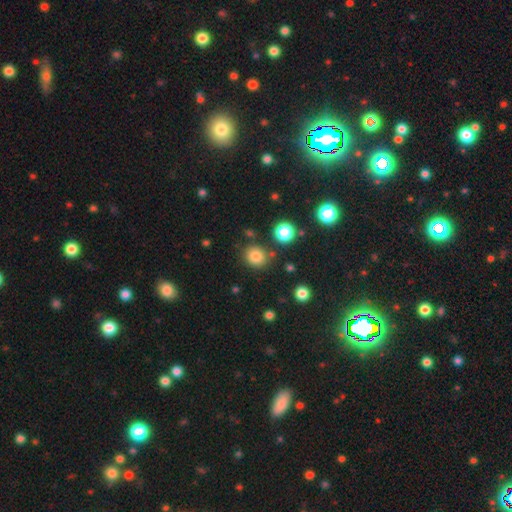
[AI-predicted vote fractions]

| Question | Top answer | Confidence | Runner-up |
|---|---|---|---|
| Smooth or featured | smooth | 82% | star or artifact (13%) |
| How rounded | round | 80% | in between (19%) |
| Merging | none | 81% | minor disturbance (10%) |